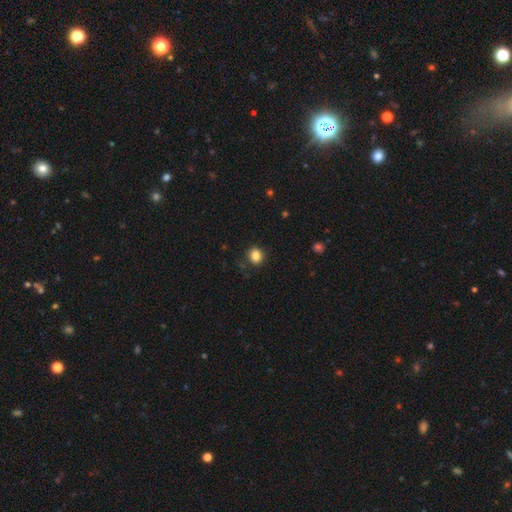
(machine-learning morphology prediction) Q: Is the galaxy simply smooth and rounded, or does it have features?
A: smooth — 84%.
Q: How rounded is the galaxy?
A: round — 69%.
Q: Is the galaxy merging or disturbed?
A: none — 88%.